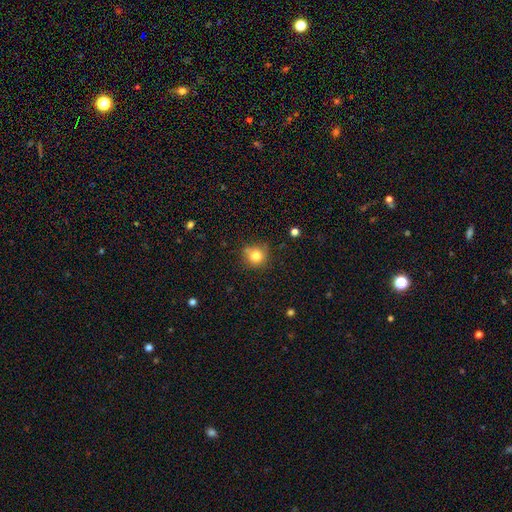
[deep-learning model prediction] smooth 81%, star or artifact 12%, featured or disk 7%. Down the decision tree: how rounded — round (90%); merging — none (73%).